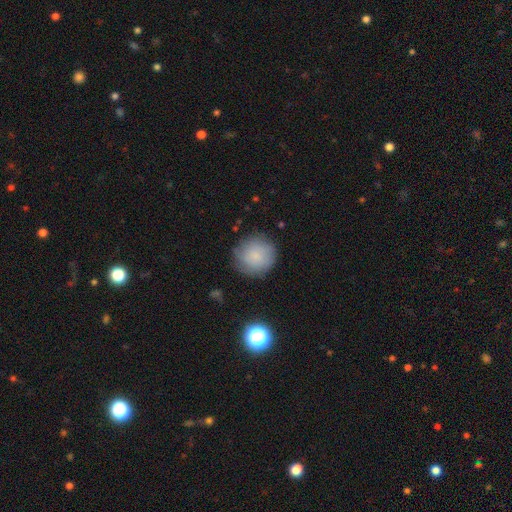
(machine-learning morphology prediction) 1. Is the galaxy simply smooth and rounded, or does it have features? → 80% smooth, 12% featured or disk, 8% star or artifact.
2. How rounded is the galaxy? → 93% round, 6% in between, 1% cigar-shaped.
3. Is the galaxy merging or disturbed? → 79% none, 15% minor disturbance, 4% major disturbance, 2% merger.